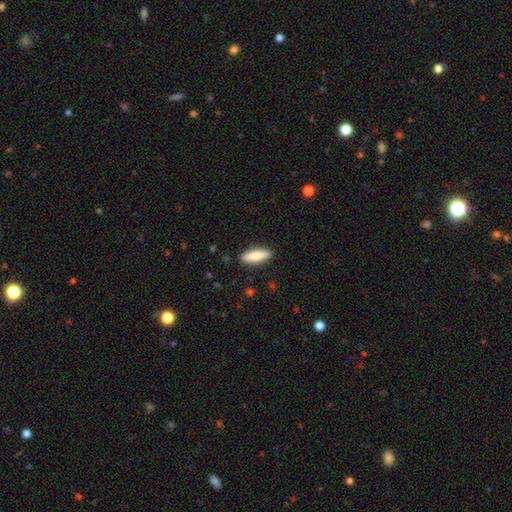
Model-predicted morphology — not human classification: Q: Smooth or featured?
A: smooth (77%); runner-up: featured or disk (18%)
Q: How rounded?
A: cigar-shaped (59%); runner-up: in between (39%)
Q: Merging?
A: none (90%); runner-up: minor disturbance (8%)